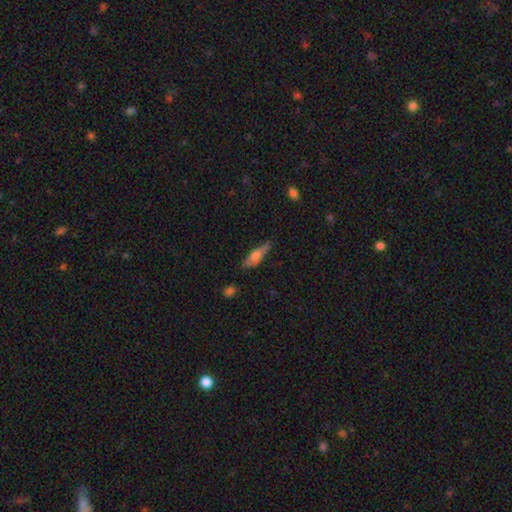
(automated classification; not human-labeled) smooth_or_featured: smooth (p=0.61) [alt: featured or disk p=0.33]
how_rounded: cigar-shaped (p=0.58) [alt: in between p=0.40]
merging: none (p=0.73) [alt: minor disturbance p=0.20]